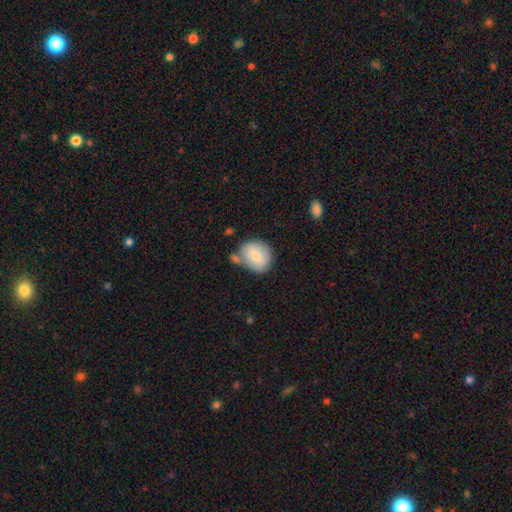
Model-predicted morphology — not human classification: Smooth or featured? Predicted: smooth (p=0.73). How rounded? Predicted: round (p=0.74). Merging? Predicted: none (p=0.57).